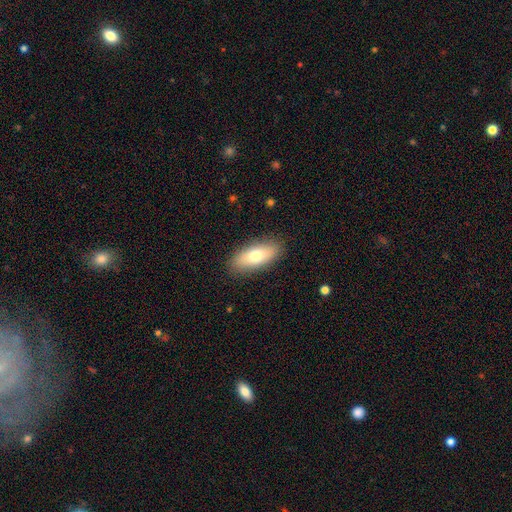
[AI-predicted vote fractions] smooth-or-featured: smooth: 74% | featured or disk: 20% | star or artifact: 6%
  how-rounded: in between: 81% | cigar-shaped: 16% | round: 3%
  merging: none: 88% | minor disturbance: 9% | major disturbance: 2% | merger: 1%